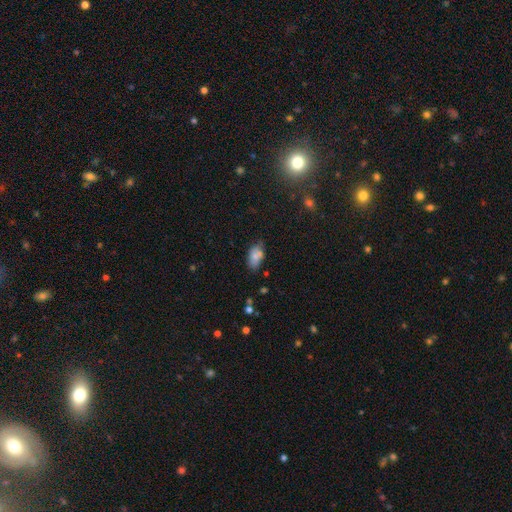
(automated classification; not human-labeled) Smooth or featured: smooth — 73% (featured or disk — 17%)
How rounded: in between — 91% (round — 6%)
Merging: none — 60% (minor disturbance — 26%)